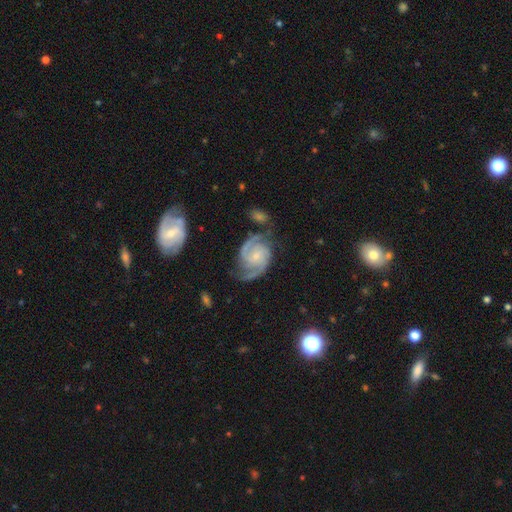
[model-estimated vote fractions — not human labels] Smooth or featured? Predicted: featured or disk (p=0.91). Edge-on disk? Predicted: no (p=0.98). Bar? Predicted: no (p=0.60). Spiral arms? Predicted: yes (p=0.98). Spiral winding? Predicted: medium (p=0.49). Spiral arm count? Predicted: 2 (p=0.84). Bulge size? Predicted: small (p=0.71). Merging? Predicted: none (p=0.70).